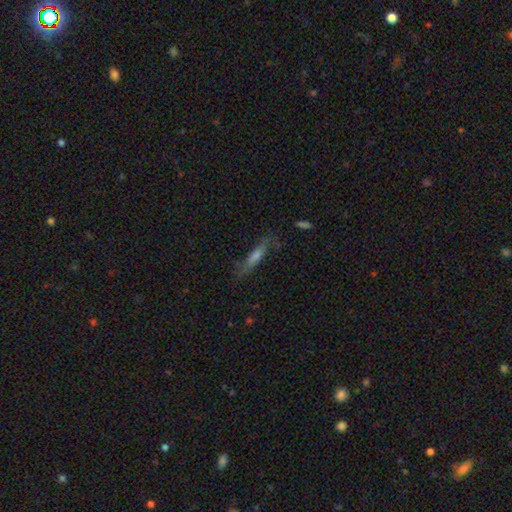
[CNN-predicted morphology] A featured or disk galaxy (48%).

Vote fractions:
- Smooth or featured? featured or disk: 48% / smooth: 41% / star or artifact: 11%
- Merging? none: 73% / minor disturbance: 18% / major disturbance: 7% / merger: 2%